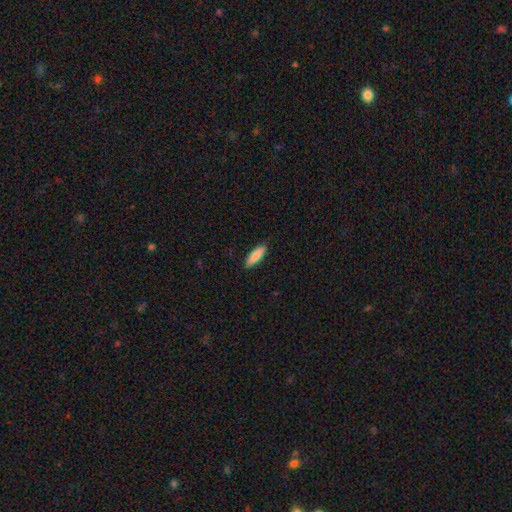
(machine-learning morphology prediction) The model was most divided on "how rounded": cigar-shaped: 57%, in between: 41%, round: 2%. More confident: merging — none (88%); smooth or featured — smooth (86%).